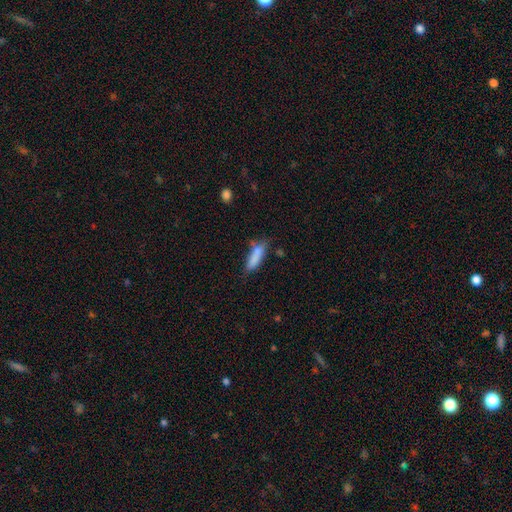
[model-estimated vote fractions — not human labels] Smooth or featured: smooth — 81% (featured or disk — 11%)
How rounded: cigar-shaped — 55% (in between — 43%)
Merging: none — 54% (minor disturbance — 26%)